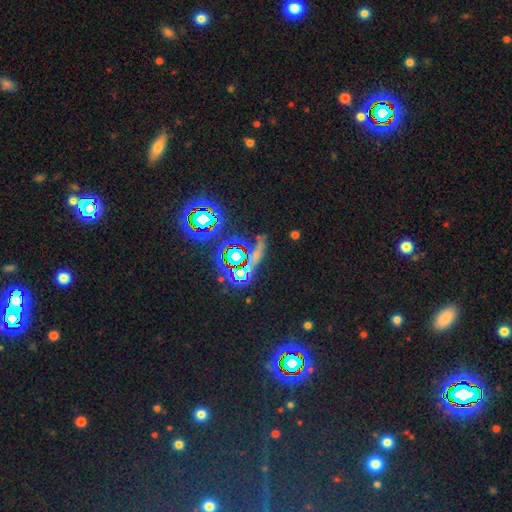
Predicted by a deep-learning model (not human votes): Smooth or featured?
  - star or artifact: 57% *
  - smooth: 27%
  - featured or disk: 17%